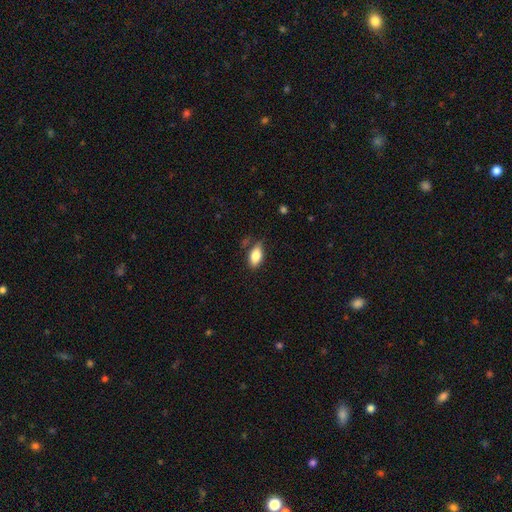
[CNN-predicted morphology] The model was most divided on "merging": none: 67%, minor disturbance: 23%, major disturbance: 5%, merger: 4%. More confident: how rounded — in between (89%); smooth or featured — smooth (80%).